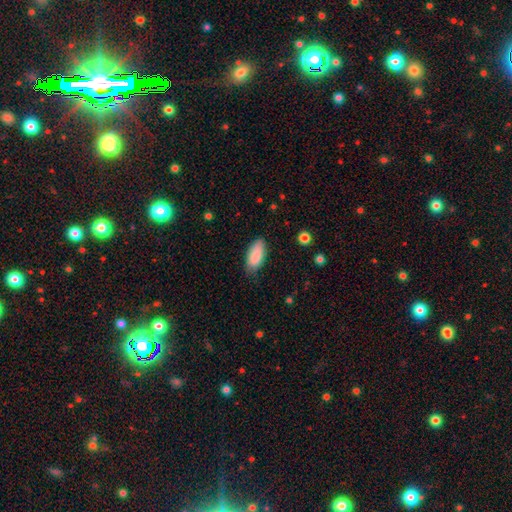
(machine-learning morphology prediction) smooth-or-featured: smooth: 89% | star or artifact: 6% | featured or disk: 5%
  how-rounded: in between: 89% | cigar-shaped: 10% | round: 2%
  merging: none: 77% | minor disturbance: 18% | major disturbance: 3% | merger: 1%